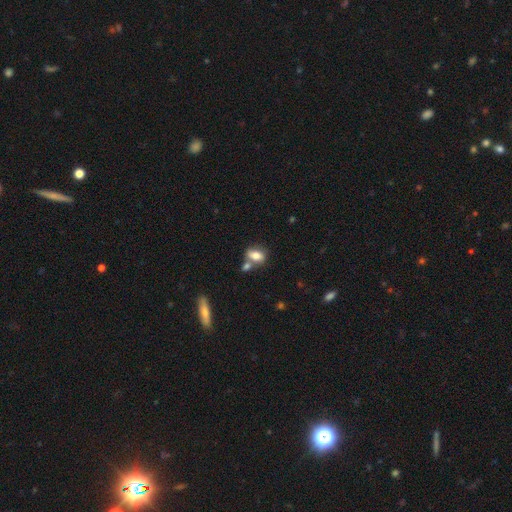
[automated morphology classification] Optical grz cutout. It shows a smooth galaxy with no disk features (73%) that is in between round and cigar-shaped (78%). Merging: none (47%).